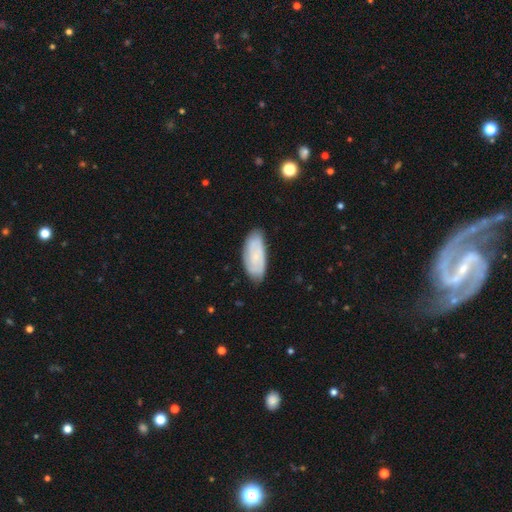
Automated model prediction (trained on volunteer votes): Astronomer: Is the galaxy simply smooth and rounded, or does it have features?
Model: smooth — 53% (runner-up: featured or disk, 40%).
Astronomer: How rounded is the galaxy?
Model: in between — 87%.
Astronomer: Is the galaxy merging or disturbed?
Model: none — 76%.